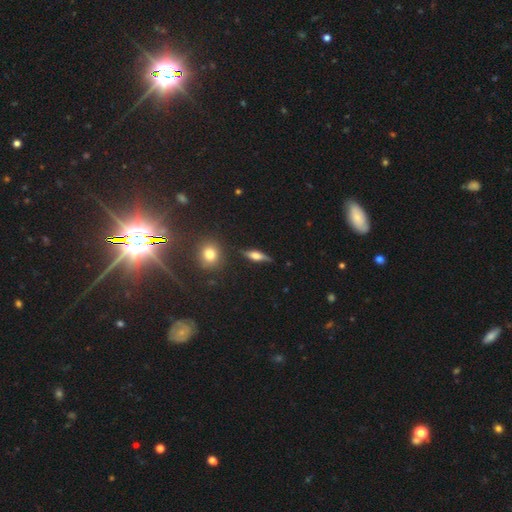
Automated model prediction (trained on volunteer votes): The model was most divided on "smooth or featured": featured or disk: 55%, smooth: 37%, star or artifact: 8%. More confident: edge-on disk — yes (92%); edge-on bulge — rounded (88%); merging — none (81%).